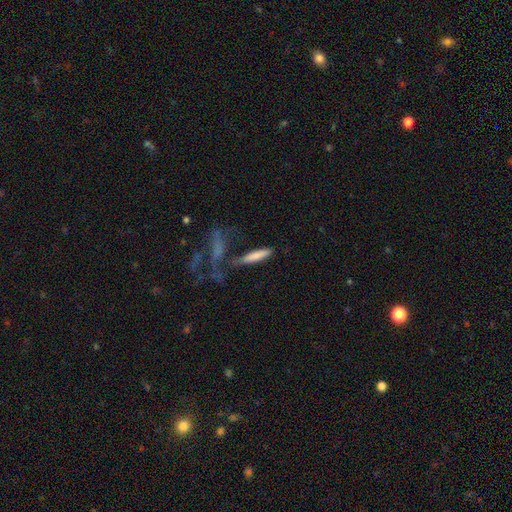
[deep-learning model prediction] Smooth or featured: smooth — 75% (featured or disk — 18%)
How rounded: cigar-shaped — 86% (in between — 12%)
Merging: none — 64% (minor disturbance — 16%)